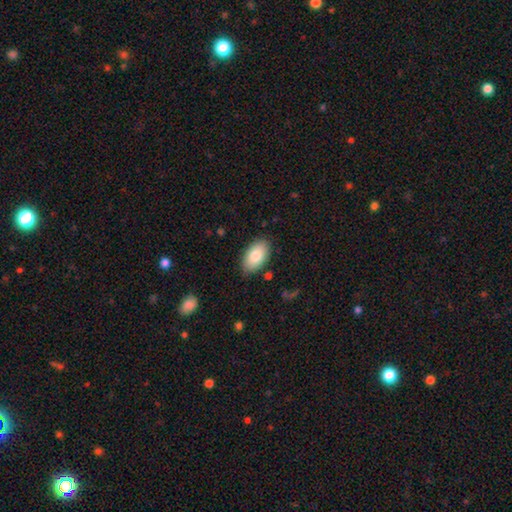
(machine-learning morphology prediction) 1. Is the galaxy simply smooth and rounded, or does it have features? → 82% smooth, 11% featured or disk, 6% star or artifact.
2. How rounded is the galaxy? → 95% in between, 4% round, 2% cigar-shaped.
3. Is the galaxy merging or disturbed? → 84% none, 12% minor disturbance, 2% major disturbance, 2% merger.